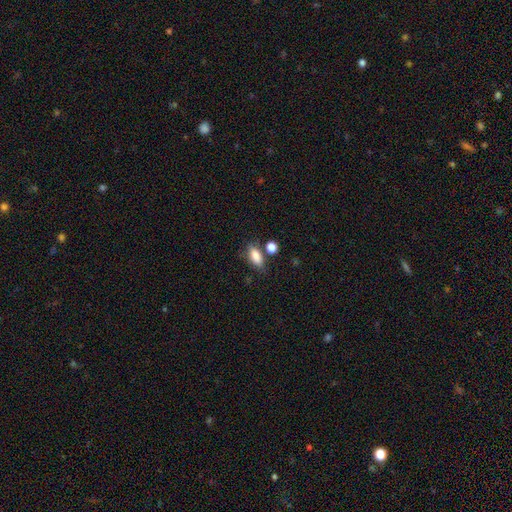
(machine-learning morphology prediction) Smooth or featured: smooth — 85% (star or artifact — 9%)
How rounded: in between — 83% (cigar-shaped — 9%)
Merging: none — 64% (minor disturbance — 17%)